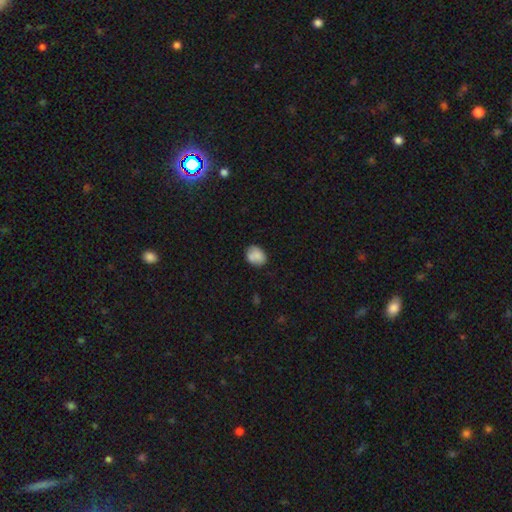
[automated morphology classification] Smooth or featured? smooth (81%)
How rounded? in between (53%)
Merging? none (66%)